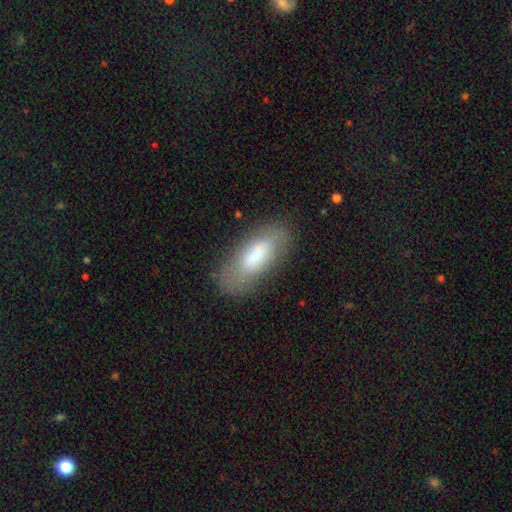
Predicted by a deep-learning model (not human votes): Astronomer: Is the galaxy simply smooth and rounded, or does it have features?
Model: smooth — 73%.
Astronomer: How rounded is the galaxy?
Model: in between — 74%.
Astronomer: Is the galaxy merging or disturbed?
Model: none — 73%.